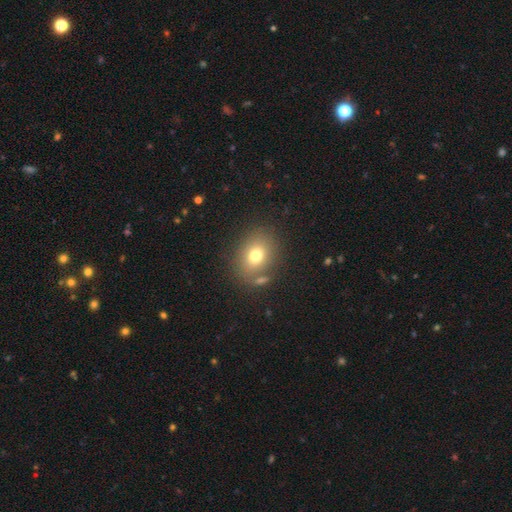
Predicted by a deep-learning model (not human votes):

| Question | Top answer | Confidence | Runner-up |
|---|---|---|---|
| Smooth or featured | smooth | 74% | featured or disk (14%) |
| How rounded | in between | 52% | round (47%) |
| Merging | none | 75% | minor disturbance (12%) |